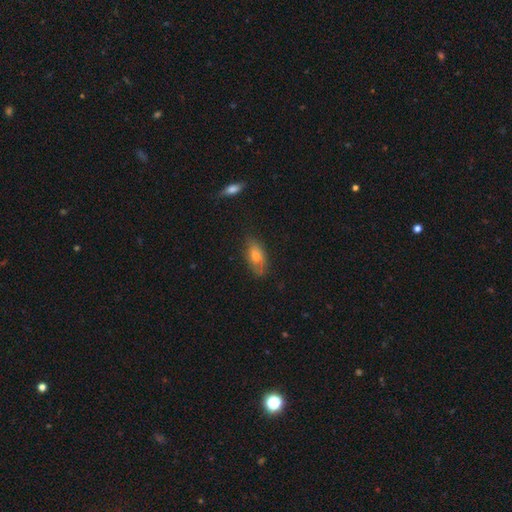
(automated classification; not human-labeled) A smooth galaxy with no disk features (67%) that is in between round and cigar-shaped (79%).

Vote fractions:
- Smooth or featured? smooth: 67% / featured or disk: 23% / star or artifact: 10%
- How rounded? in between: 79% / cigar-shaped: 17% / round: 4%
- Merging? none: 75% / minor disturbance: 19% / major disturbance: 4% / merger: 2%